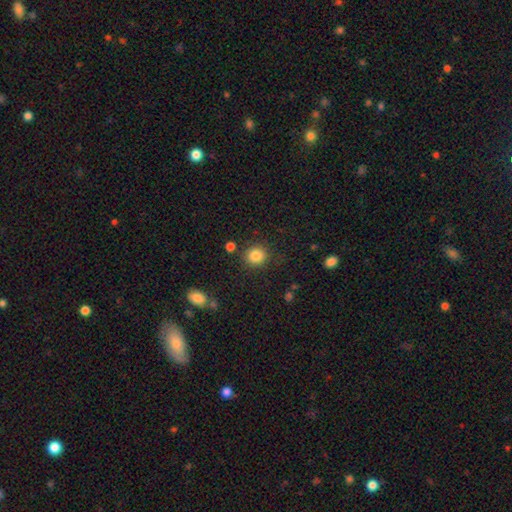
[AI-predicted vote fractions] Smooth or featured? Predicted: smooth (p=0.85). How rounded? Predicted: round (p=0.85). Merging? Predicted: none (p=0.85).